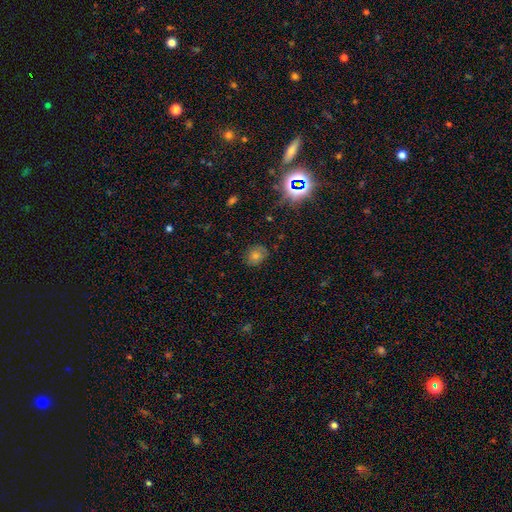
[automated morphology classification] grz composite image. It shows a smooth galaxy with no disk features (49%). Merging: none (78%).